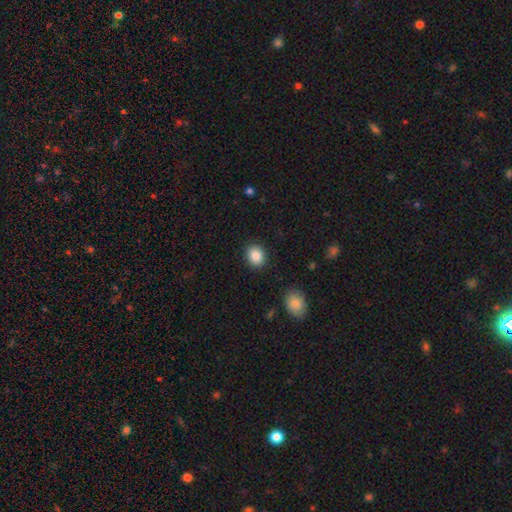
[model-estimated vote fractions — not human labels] Smooth or featured? smooth (87%)
How rounded? round (58%)
Merging? none (89%)